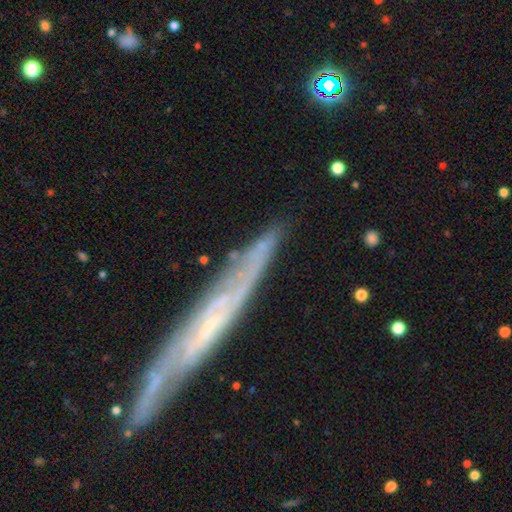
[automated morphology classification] smooth-or-featured: featured or disk: 64% | smooth: 27% | star or artifact: 9%
  disk-edge-on: yes: 60% | no: 40%
  merging: none: 72% | minor disturbance: 18% | major disturbance: 6% | merger: 4%